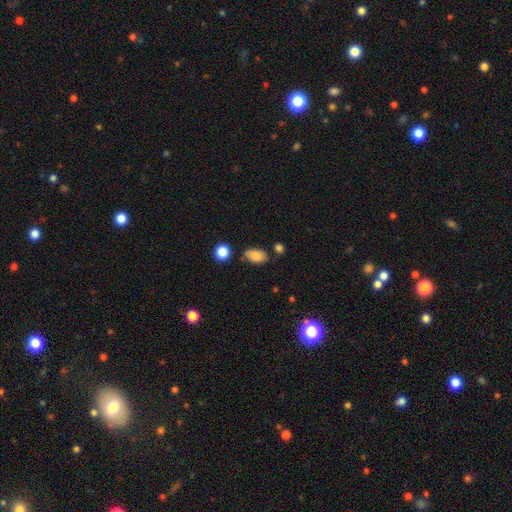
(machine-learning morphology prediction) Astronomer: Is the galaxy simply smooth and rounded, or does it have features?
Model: smooth — 82%.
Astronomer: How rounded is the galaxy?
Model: in between — 89%.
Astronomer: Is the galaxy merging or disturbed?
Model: none — 71%.